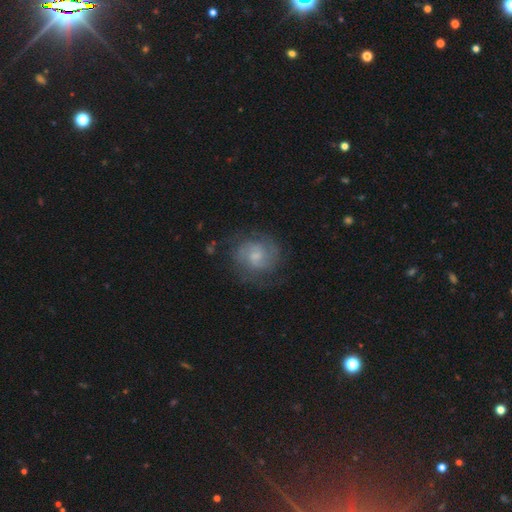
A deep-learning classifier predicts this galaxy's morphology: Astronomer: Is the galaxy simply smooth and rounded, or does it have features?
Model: featured or disk — 71%.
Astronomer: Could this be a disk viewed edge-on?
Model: no — 98%.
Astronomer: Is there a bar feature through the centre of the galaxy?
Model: no — 51% (runner-up: weak, 44%).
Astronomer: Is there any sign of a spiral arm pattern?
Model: yes — 91%.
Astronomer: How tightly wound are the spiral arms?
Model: medium — 43% (runner-up: tight, 42%).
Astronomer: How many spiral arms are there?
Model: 2 — 59%.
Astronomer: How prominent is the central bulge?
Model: small — 55% (runner-up: moderate, 32%).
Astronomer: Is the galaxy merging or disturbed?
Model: none — 73%.